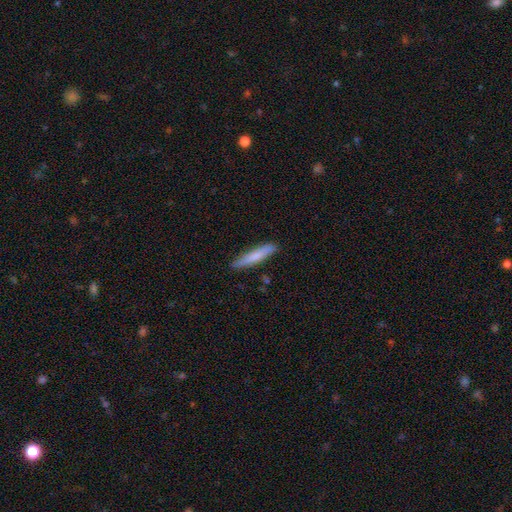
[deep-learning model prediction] The model was most divided on "smooth or featured": smooth: 71%, featured or disk: 23%, star or artifact: 5%. More confident: how rounded — cigar-shaped (91%); merging — none (86%).